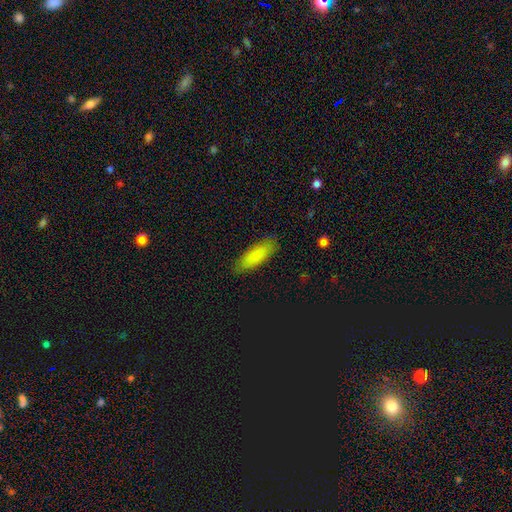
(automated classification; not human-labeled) Smooth or featured? smooth (84%)
How rounded? in between (60%)
Merging? none (87%)